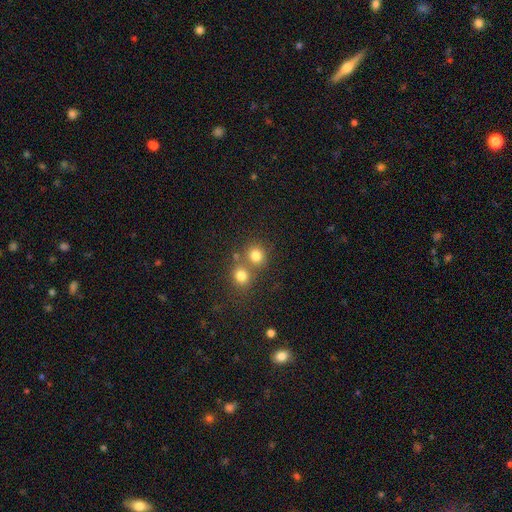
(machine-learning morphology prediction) A smooth galaxy with no disk features (78%) that is round (84%). Merging: none (54%).